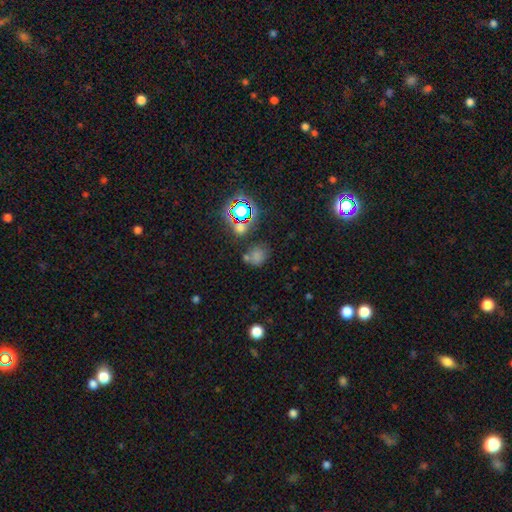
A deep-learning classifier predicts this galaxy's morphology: Q: Smooth or featured?
A: smooth (63%); runner-up: star or artifact (28%)
Q: How rounded?
A: round (69%); runner-up: in between (30%)
Q: Merging?
A: none (59%); runner-up: merger (20%)